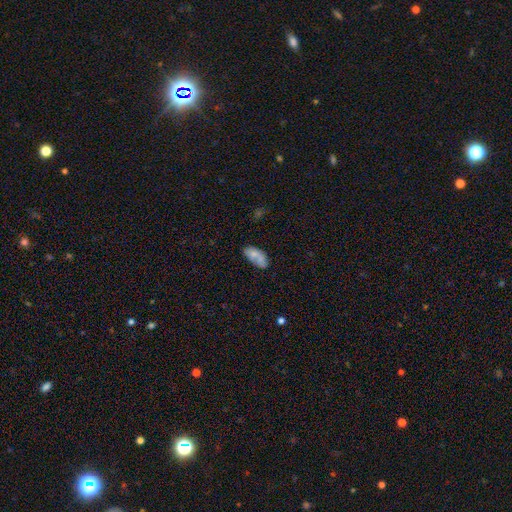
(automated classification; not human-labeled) This is likely a smooth galaxy (68%). How rounded: clearly in between (93%). Merging: possibly none (45%).